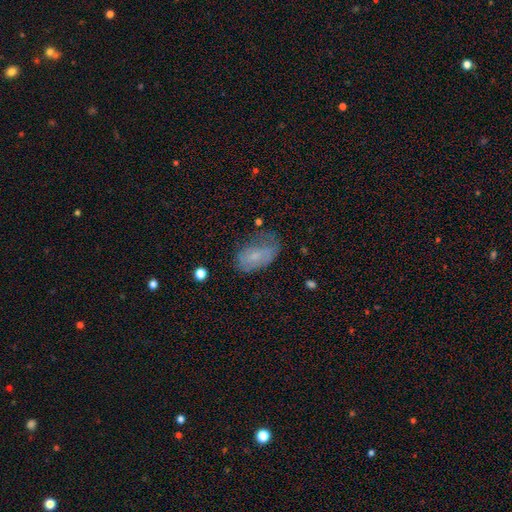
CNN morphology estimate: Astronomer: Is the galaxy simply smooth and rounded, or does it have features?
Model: smooth — 58%.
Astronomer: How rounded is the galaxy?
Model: in between — 91%.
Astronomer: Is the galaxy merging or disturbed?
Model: none — 49% (runner-up: minor disturbance, 32%).